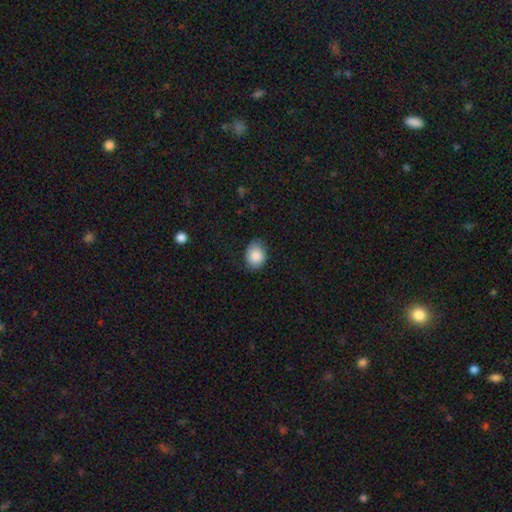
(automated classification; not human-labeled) smooth 86%, star or artifact 8%, featured or disk 6%. Down the decision tree: how rounded — in between (55%); merging — none (75%).